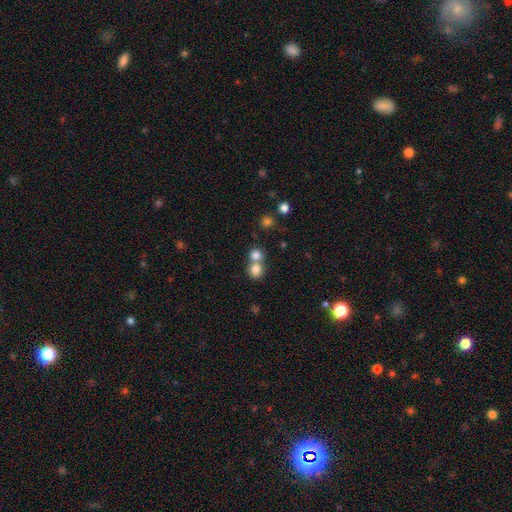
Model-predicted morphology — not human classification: Smooth or featured? Predicted: smooth (p=0.79). How rounded? Predicted: round (p=0.82). Merging? Predicted: merger (p=0.51).